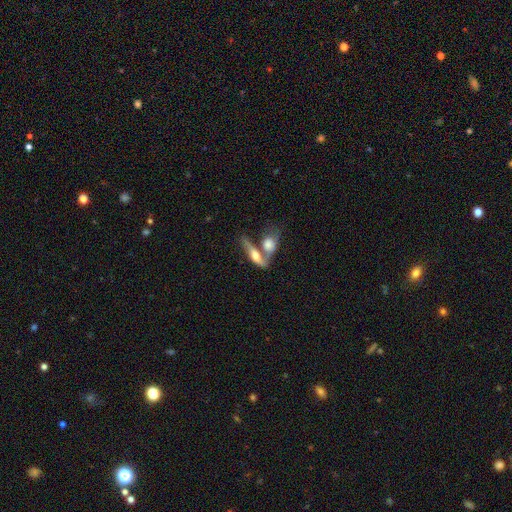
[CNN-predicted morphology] featured or disk 53%, smooth 40%, star or artifact 7%. Down the decision tree: edge-on disk — yes (65%); merging — merger (55%).